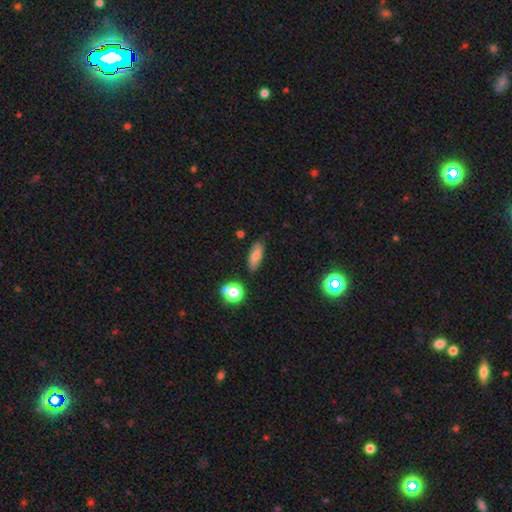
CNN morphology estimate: This appears to be a smooth galaxy with no disk features (76%) that is in between round and cigar-shaped (73%). Merging: none (81%).